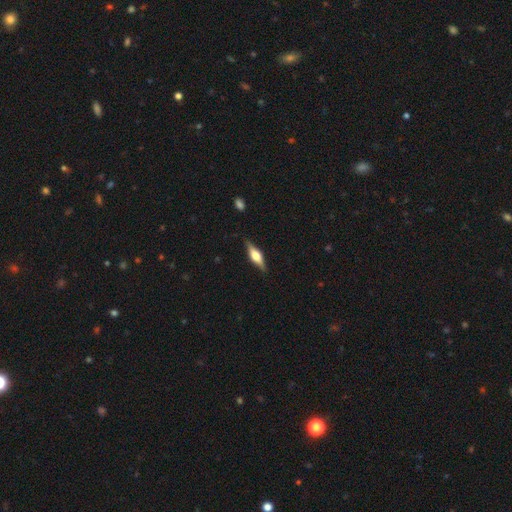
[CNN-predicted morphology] Smooth or featured? featured or disk (64%)
Edge-on disk? yes (96%)
Edge-on bulge? rounded (90%)
Merging? none (86%)